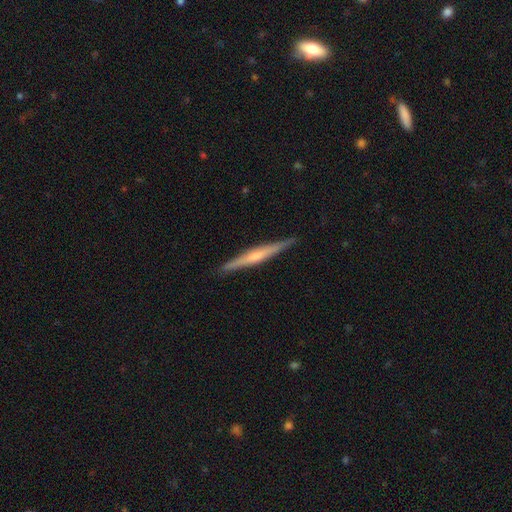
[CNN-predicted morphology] A featured or disk galaxy (67%) viewed edge-on (98%) with a rounded central bulge (58%).

Vote fractions:
- Smooth or featured? featured or disk: 67% / smooth: 27% / star or artifact: 5%
- Edge-on disk? yes: 98% / no: 2%
- Edge-on bulge? rounded: 58% / none: 27% / boxy: 15%
- Merging? none: 91% / minor disturbance: 7% / major disturbance: 1% / merger: 1%